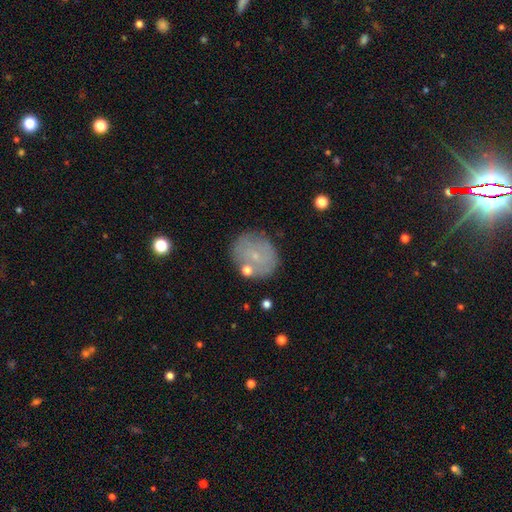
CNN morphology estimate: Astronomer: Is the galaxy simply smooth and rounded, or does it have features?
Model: smooth — 57% (runner-up: featured or disk, 32%).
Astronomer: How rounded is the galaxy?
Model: round — 81%.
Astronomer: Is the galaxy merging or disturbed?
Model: none — 75%.